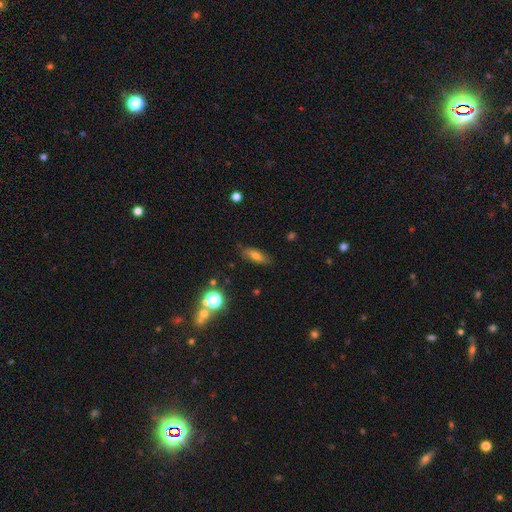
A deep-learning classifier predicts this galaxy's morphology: type=smooth (65%); roundness=in between (61%); merging=none (81%).